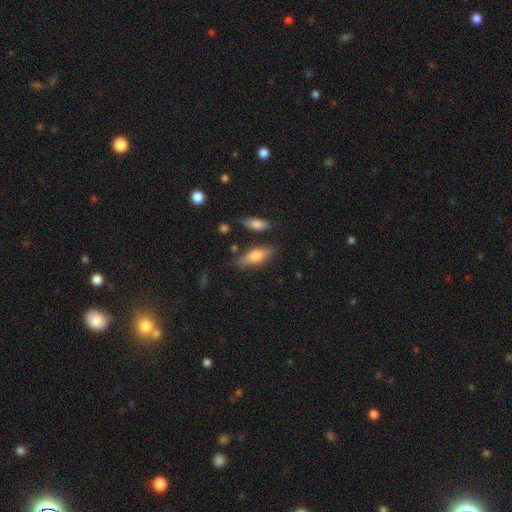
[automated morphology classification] Smooth or featured?
  - smooth: 59% *
  - featured or disk: 34%
  - star or artifact: 7%
How rounded?
  - in between: 63% *
  - cigar-shaped: 34%
  - round: 3%
Merging?
  - none: 75% *
  - minor disturbance: 16%
  - merger: 5%
  - major disturbance: 4%